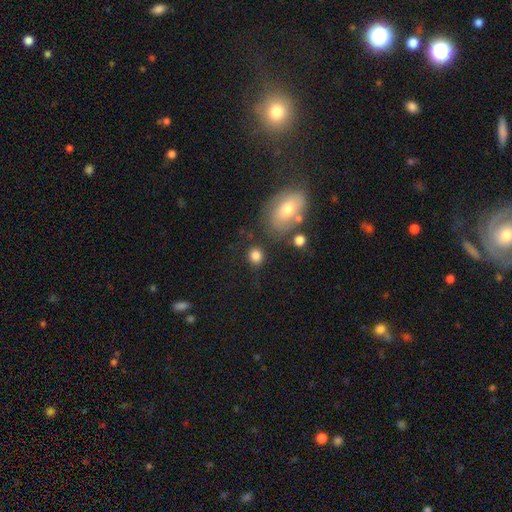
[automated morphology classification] smooth 83%, star or artifact 10%, featured or disk 6%. Down the decision tree: how rounded — round (77%); merging — none (78%).